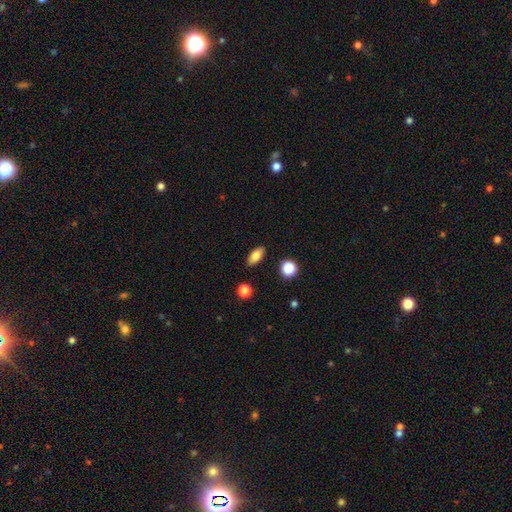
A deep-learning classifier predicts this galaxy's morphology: Smooth or featured: smooth — 81% (featured or disk — 10%)
How rounded: in between — 86% (cigar-shaped — 9%)
Merging: none — 88% (minor disturbance — 8%)